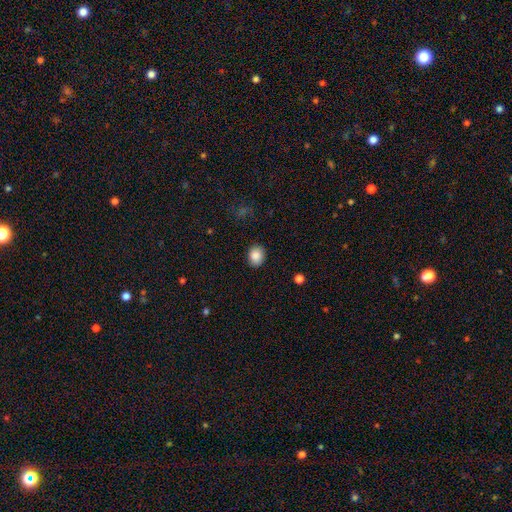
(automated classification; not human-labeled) Smooth or featured? Predicted: smooth (p=0.87). How rounded? Predicted: round (p=0.56). Merging? Predicted: none (p=0.88).